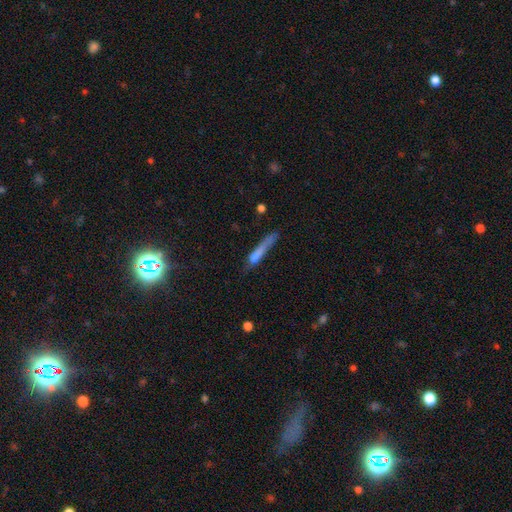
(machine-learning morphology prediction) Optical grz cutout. It shows a smooth galaxy with no disk features (54%) that is cigar-shaped (88%). Merging: none (49%).